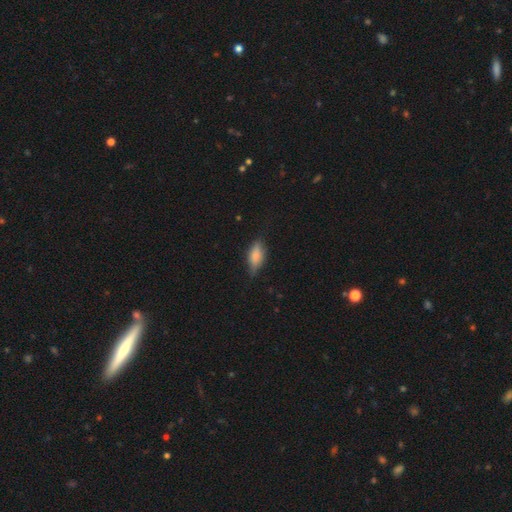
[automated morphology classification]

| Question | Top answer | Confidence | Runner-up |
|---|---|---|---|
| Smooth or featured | smooth | 70% | featured or disk (22%) |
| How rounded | in between | 76% | cigar-shaped (20%) |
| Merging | none | 69% | minor disturbance (24%) |